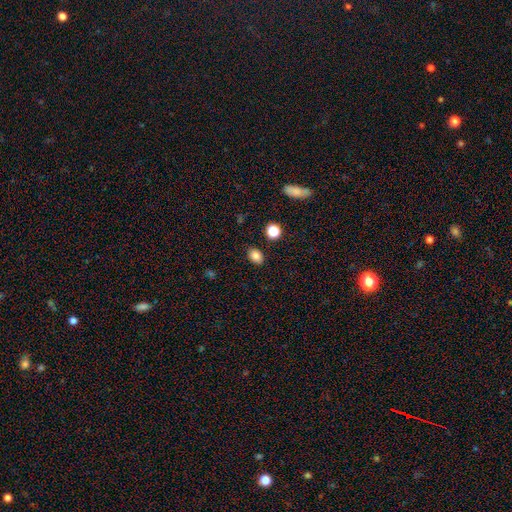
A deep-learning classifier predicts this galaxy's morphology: A smooth galaxy with no disk features (83%) that is in between round and cigar-shaped (72%). Merging: none (87%).